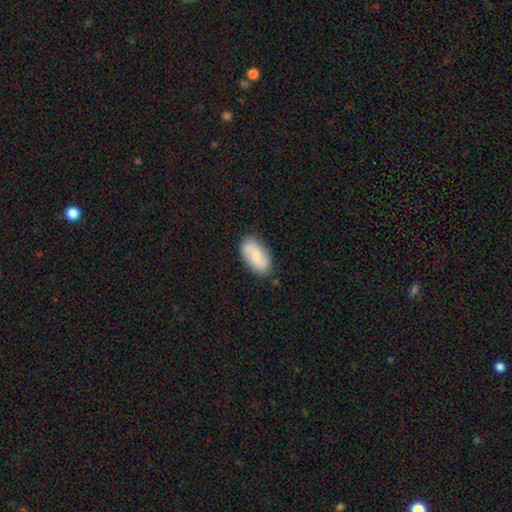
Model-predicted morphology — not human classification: smooth-or-featured: smooth: 51% | featured or disk: 42% | star or artifact: 6%
  how-rounded: in between: 93% | round: 4% | cigar-shaped: 3%
  merging: none: 79% | minor disturbance: 16% | major disturbance: 3% | merger: 2%